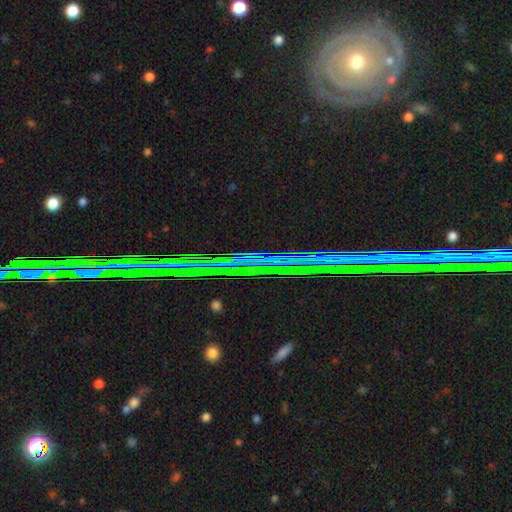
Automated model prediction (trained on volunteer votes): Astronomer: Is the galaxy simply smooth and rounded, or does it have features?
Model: star or artifact — 80%.